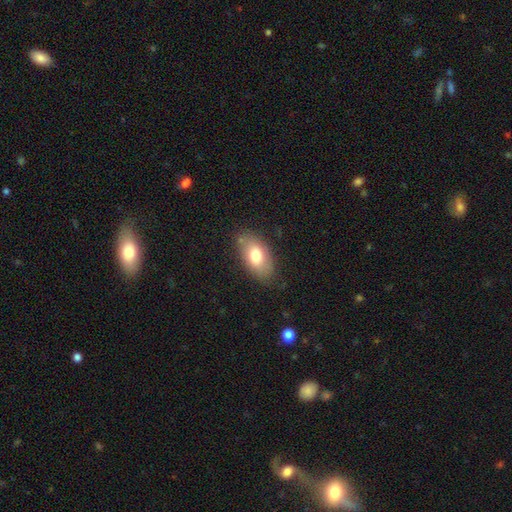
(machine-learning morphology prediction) The model was most divided on "smooth or featured": smooth: 74%, featured or disk: 19%, star or artifact: 7%. More confident: how rounded — in between (92%); merging — none (78%).